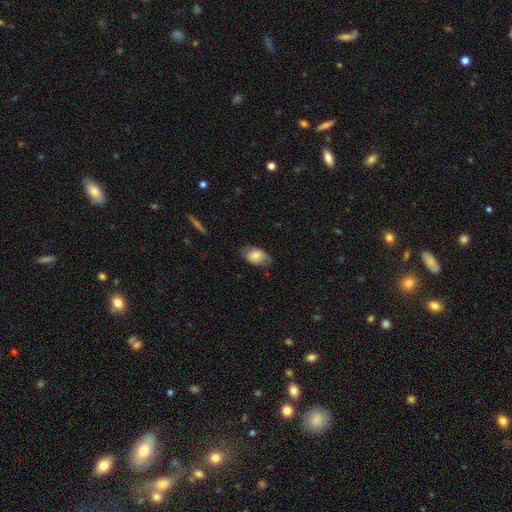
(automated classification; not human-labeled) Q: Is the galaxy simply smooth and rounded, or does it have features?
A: smooth — 72%.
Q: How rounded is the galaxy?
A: in between — 88%.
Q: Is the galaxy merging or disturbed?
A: none — 67%.